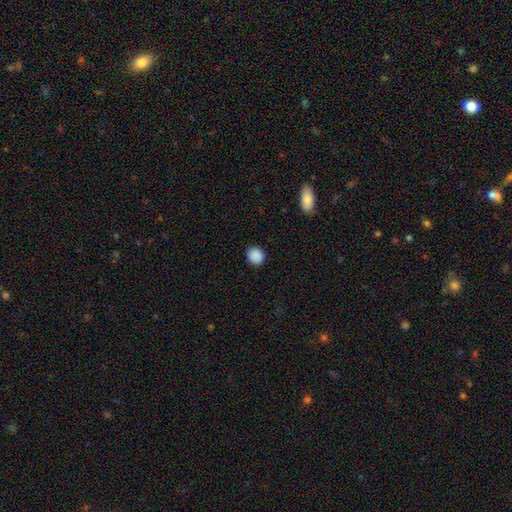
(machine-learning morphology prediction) Overall: smooth (89%). How rounded: round (81%). Merging: none (90%).